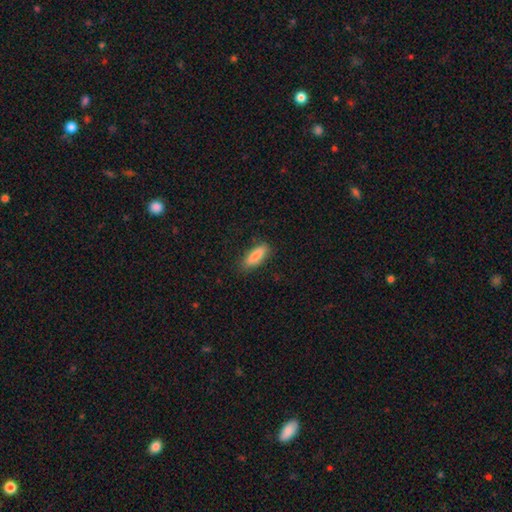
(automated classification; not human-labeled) Q: Smooth or featured?
A: smooth (85%); runner-up: featured or disk (8%)
Q: How rounded?
A: in between (53%); runner-up: cigar-shaped (45%)
Q: Merging?
A: none (82%); runner-up: minor disturbance (14%)